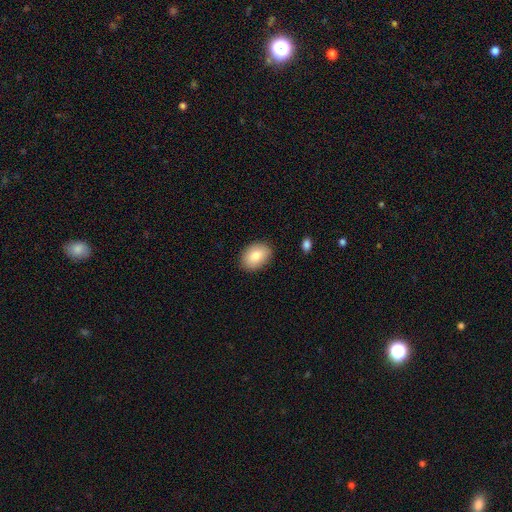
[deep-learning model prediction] Morphology: type=smooth (83%); roundness=in between (80%); merging=none (88%).